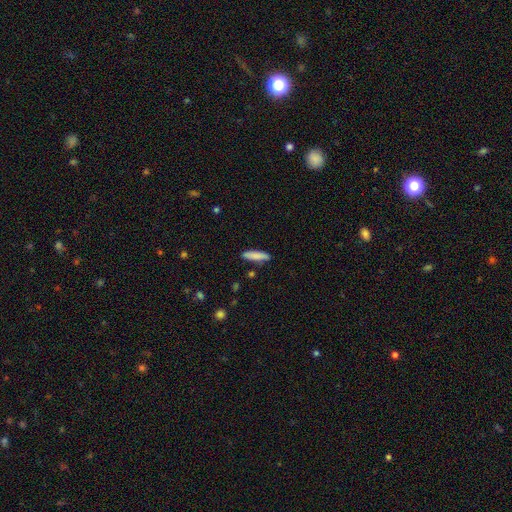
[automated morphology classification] Overall: smooth (85%). How rounded: cigar-shaped (78%). Merging: none (86%).